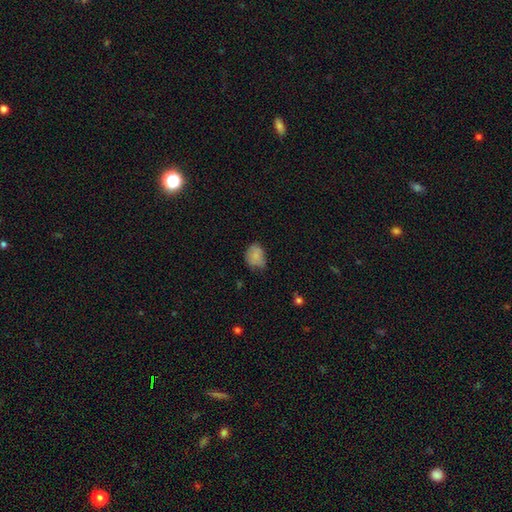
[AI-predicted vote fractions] Morphology: type=smooth (77%); roundness=in between (53%); merging=none (49%).